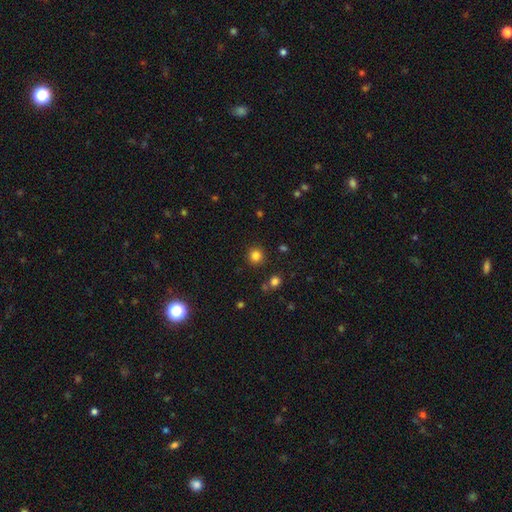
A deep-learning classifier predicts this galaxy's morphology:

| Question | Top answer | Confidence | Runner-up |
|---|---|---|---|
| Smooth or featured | smooth | 82% | star or artifact (13%) |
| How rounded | round | 94% | in between (5%) |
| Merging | none | 90% | minor disturbance (6%) |